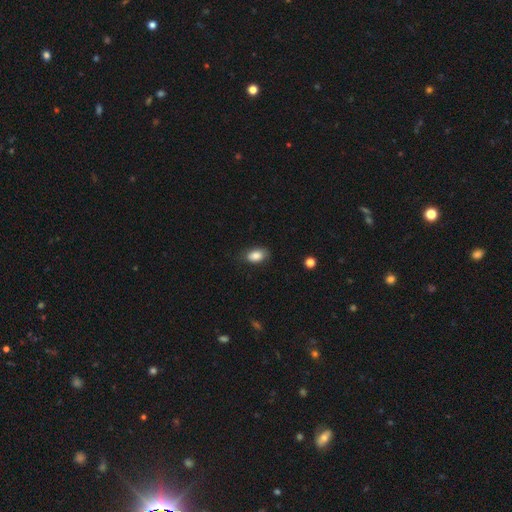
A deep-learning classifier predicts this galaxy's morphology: A smooth galaxy with no disk features (86%) that is in between round and cigar-shaped (90%). Merging: none (76%).